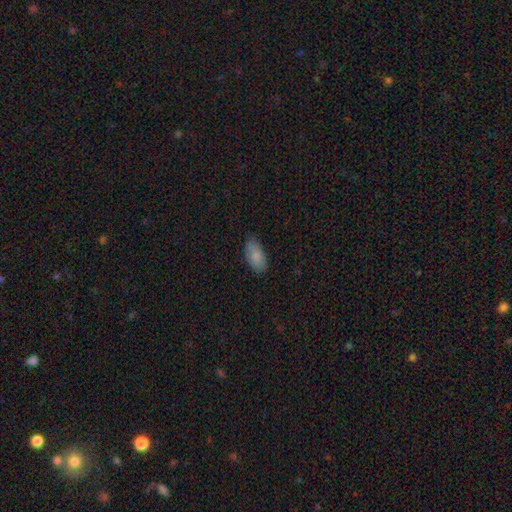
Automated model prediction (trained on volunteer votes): Smooth or featured: smooth — 84% (featured or disk — 9%)
How rounded: in between — 94% (cigar-shaped — 3%)
Merging: none — 79% (minor disturbance — 17%)